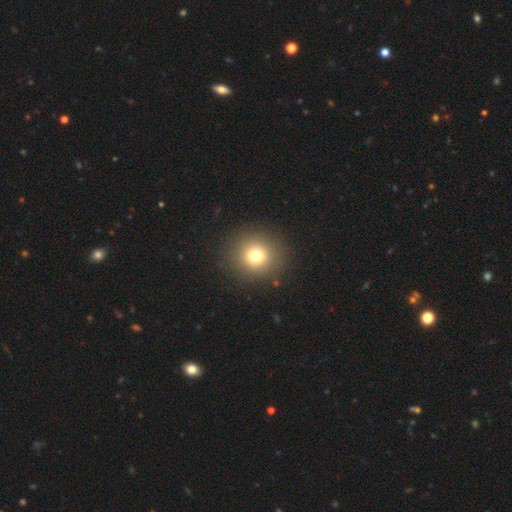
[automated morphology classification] Smooth or featured? smooth (75%)
How rounded? round (90%)
Merging? none (89%)